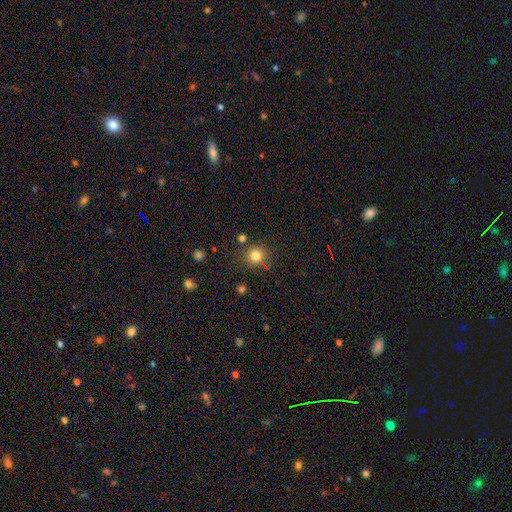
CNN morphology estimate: Smooth or featured? smooth (80%)
How rounded? round (90%)
Merging? none (81%)